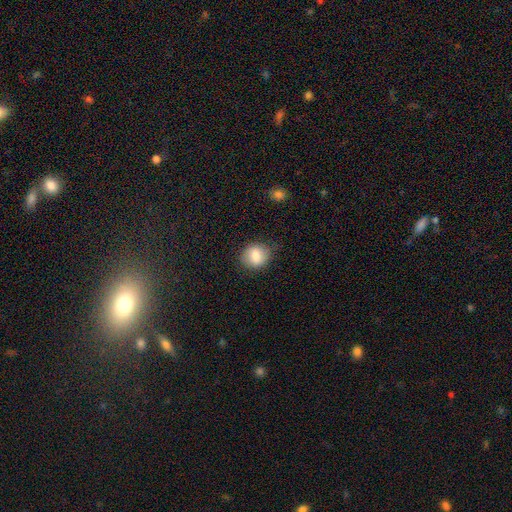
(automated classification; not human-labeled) The model was most divided on "how rounded": round: 71%, in between: 28%, cigar-shaped: 1%. More confident: merging — none (80%); smooth or featured — smooth (78%).